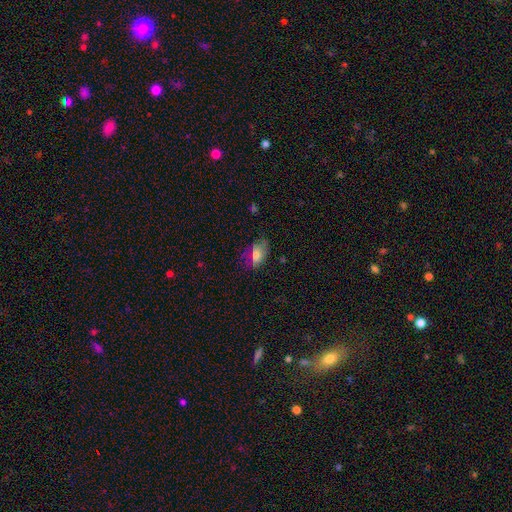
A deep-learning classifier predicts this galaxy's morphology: The model was most divided on "merging": none: 52%, minor disturbance: 29%, major disturbance: 17%, merger: 2%. More confident: how rounded — in between (89%); smooth or featured — smooth (68%).